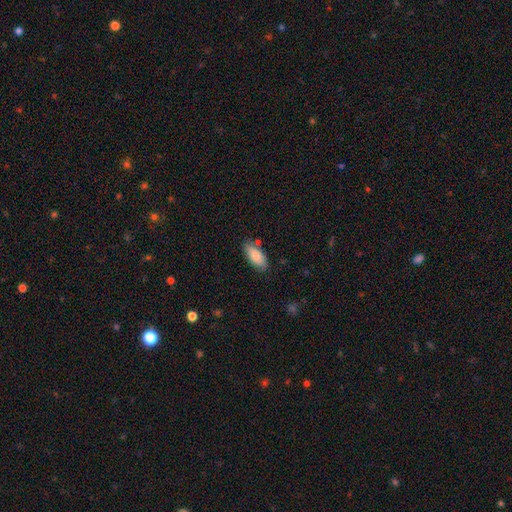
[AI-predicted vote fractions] The model was most divided on "merging": none: 77%, minor disturbance: 16%, merger: 4%, major disturbance: 3%. More confident: how rounded — in between (90%); smooth or featured — smooth (80%).